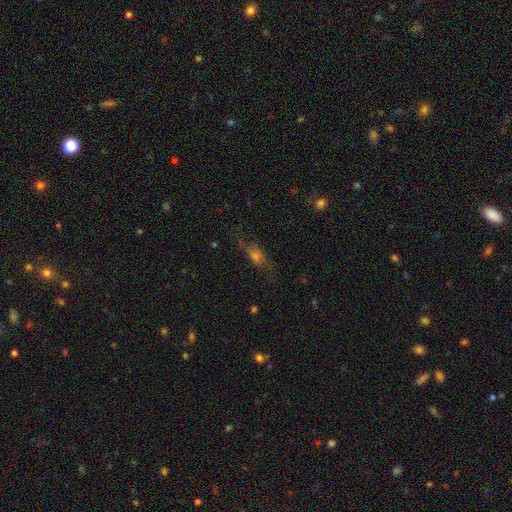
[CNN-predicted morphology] Smooth or featured?
  - smooth: 40% *
  - featured or disk: 39%
  - star or artifact: 20%
Merging?
  - none: 60% *
  - minor disturbance: 20%
  - major disturbance: 17%
  - merger: 2%